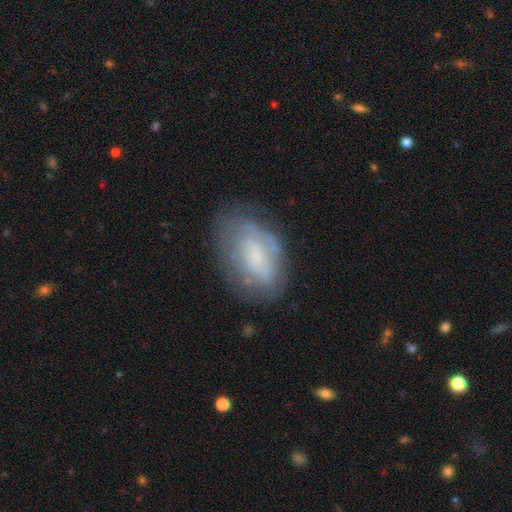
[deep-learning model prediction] A featured or disk galaxy (47%). Merging: none (62%).